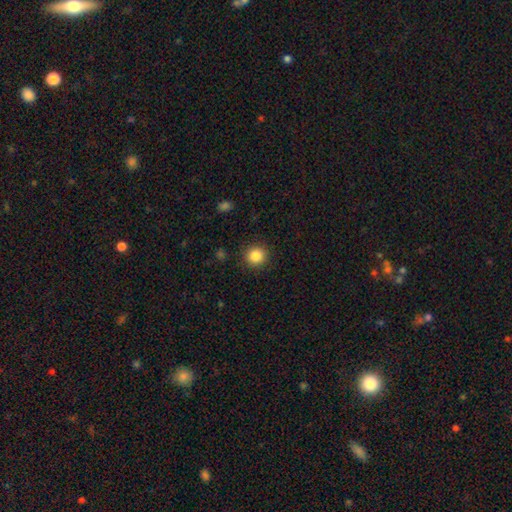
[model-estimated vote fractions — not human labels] The model was most divided on "smooth or featured": smooth: 85%, star or artifact: 10%, featured or disk: 5%. More confident: how rounded — round (93%); merging — none (91%).